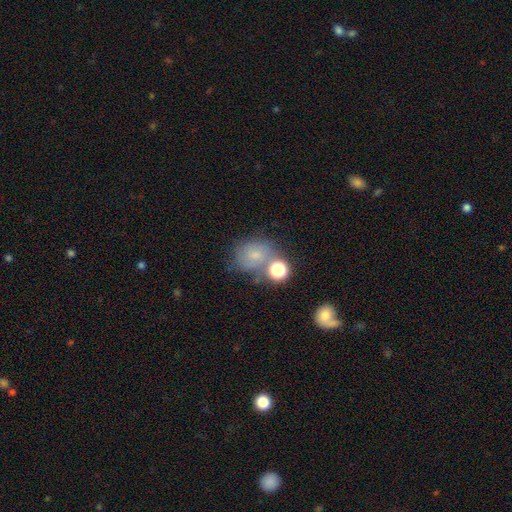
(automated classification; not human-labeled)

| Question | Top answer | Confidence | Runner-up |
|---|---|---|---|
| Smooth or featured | smooth | 53% | featured or disk (30%) |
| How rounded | round | 65% | in between (34%) |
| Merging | none | 50% | merger (20%) |